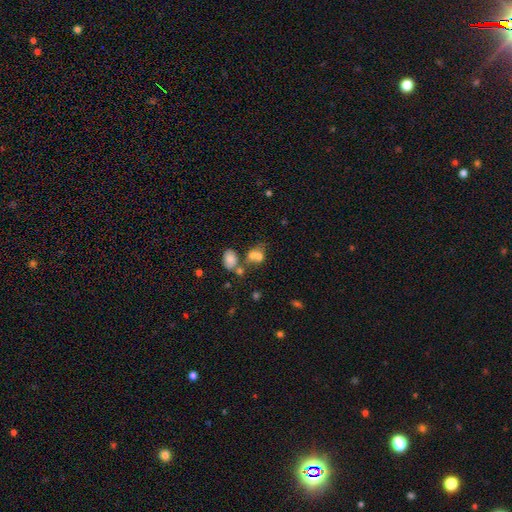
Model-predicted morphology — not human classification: A smooth galaxy with no disk features (66%) that is in between round and cigar-shaped (53%).

Vote fractions:
- Smooth or featured? smooth: 66% / featured or disk: 18% / star or artifact: 15%
- How rounded? in between: 53% / round: 45% / cigar-shaped: 2%
- Merging? merger: 50% / none: 30% / minor disturbance: 12% / major disturbance: 9%